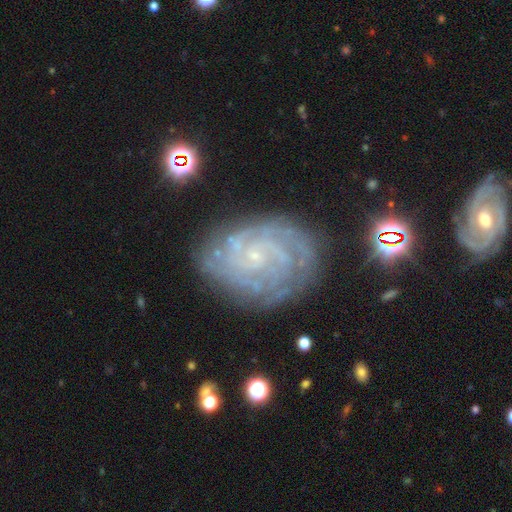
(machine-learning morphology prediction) Smooth or featured? Predicted: featured or disk (p=0.87). Edge-on disk? Predicted: no (p=0.97). Bar? Predicted: no (p=0.71). Spiral arms? Predicted: yes (p=0.97). Spiral winding? Predicted: tight (p=0.77). Spiral arm count? Predicted: can't tell (p=0.26). Bulge size? Predicted: small (p=0.85). Merging? Predicted: none (p=0.76).